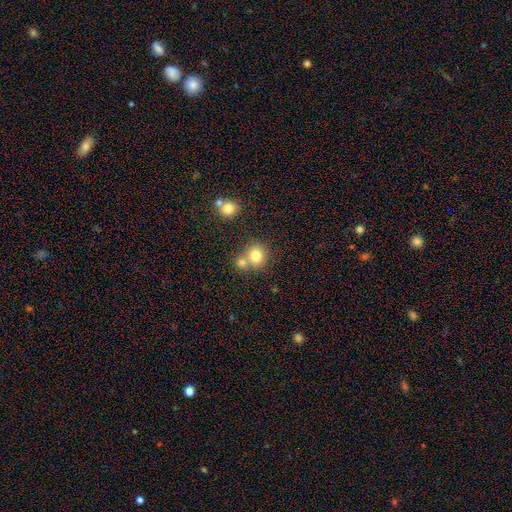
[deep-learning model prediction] Q: Smooth or featured?
A: smooth (80%); runner-up: star or artifact (11%)
Q: How rounded?
A: round (81%); runner-up: in between (18%)
Q: Merging?
A: none (51%); runner-up: merger (38%)